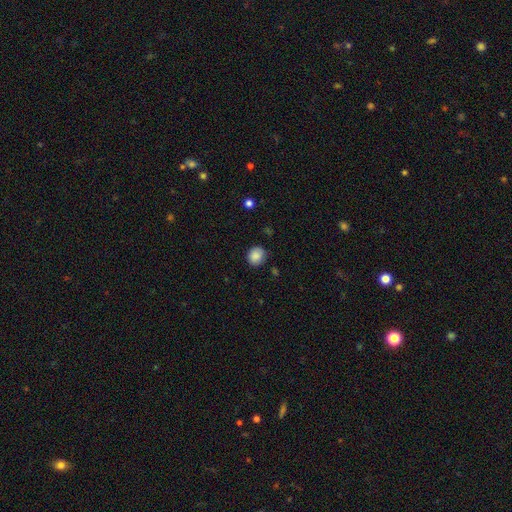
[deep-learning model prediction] This appears to be a smooth galaxy with no disk features (86%) that is round (80%). Merging: none (81%).